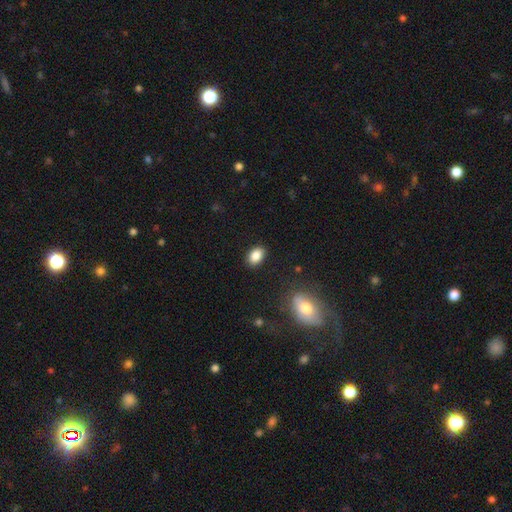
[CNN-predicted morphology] type=smooth (86%); roundness=in between (84%); merging=none (88%).